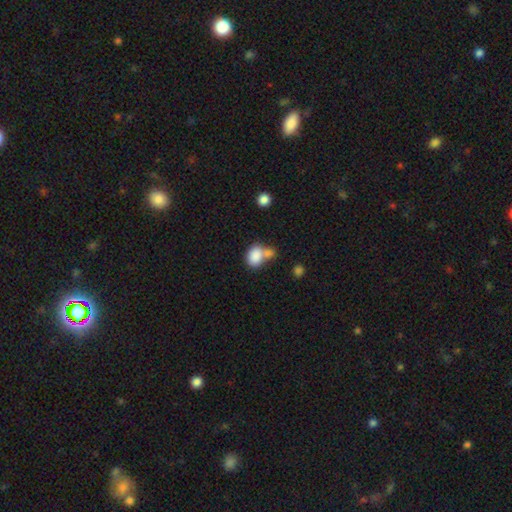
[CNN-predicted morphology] A smooth galaxy with no disk features (83%) that is in between round and cigar-shaped (67%).

Vote fractions:
- Smooth or featured? smooth: 83% / star or artifact: 9% / featured or disk: 8%
- How rounded? in between: 67% / round: 32% / cigar-shaped: 1%
- Merging? merger: 50% / none: 32% / minor disturbance: 12% / major disturbance: 6%